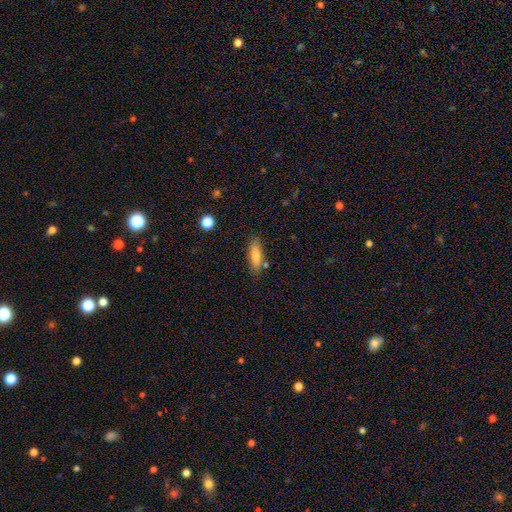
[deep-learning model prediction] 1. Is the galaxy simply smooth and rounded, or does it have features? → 73% smooth, 19% featured or disk, 7% star or artifact.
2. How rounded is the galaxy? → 54% in between, 43% cigar-shaped, 2% round.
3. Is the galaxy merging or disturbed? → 78% none, 14% minor disturbance, 5% merger, 3% major disturbance.